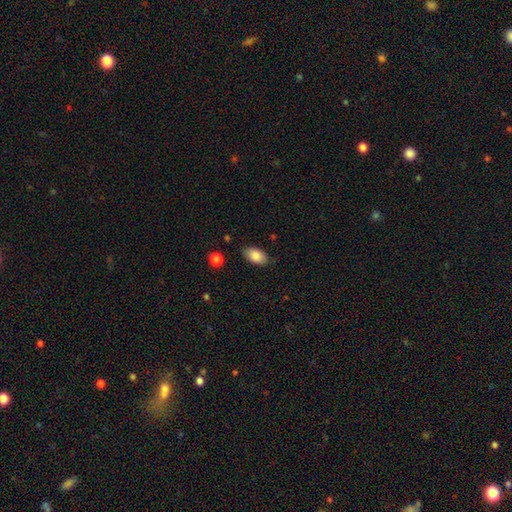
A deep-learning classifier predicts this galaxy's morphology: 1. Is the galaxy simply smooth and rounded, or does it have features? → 87% smooth, 7% star or artifact, 6% featured or disk.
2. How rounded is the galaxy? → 93% in between, 5% round, 2% cigar-shaped.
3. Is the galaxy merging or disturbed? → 83% none, 13% minor disturbance, 3% major disturbance, 1% merger.